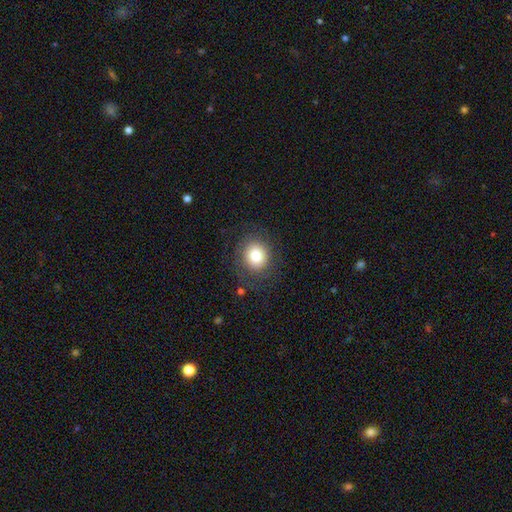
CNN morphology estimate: smooth-or-featured: smooth: 82% | star or artifact: 9% | featured or disk: 9%
  how-rounded: round: 77% | in between: 22% | cigar-shaped: 1%
  merging: none: 83% | minor disturbance: 11% | major disturbance: 5% | merger: 1%